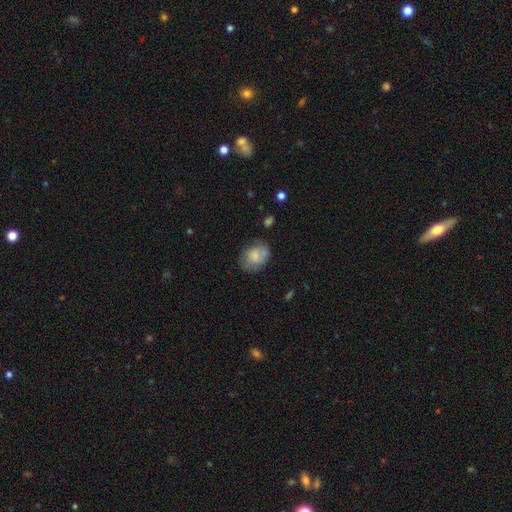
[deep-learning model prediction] smooth-or-featured: smooth: 67% | featured or disk: 25% | star or artifact: 8%
  how-rounded: in between: 61% | round: 38% | cigar-shaped: 1%
  merging: none: 57% | minor disturbance: 26% | major disturbance: 9% | merger: 7%